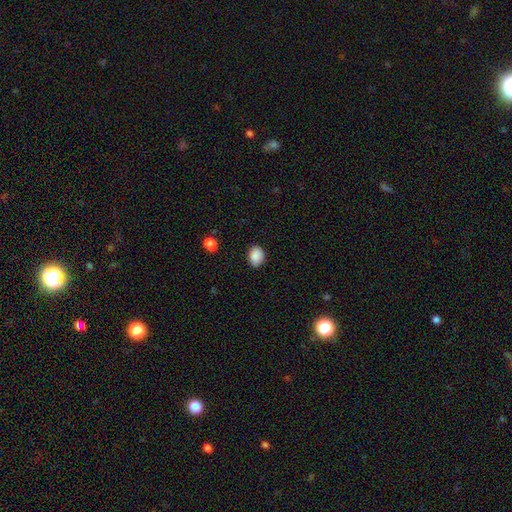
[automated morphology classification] Q: Smooth or featured?
A: smooth (88%); runner-up: star or artifact (8%)
Q: How rounded?
A: in between (67%); runner-up: round (32%)
Q: Merging?
A: none (83%); runner-up: minor disturbance (13%)